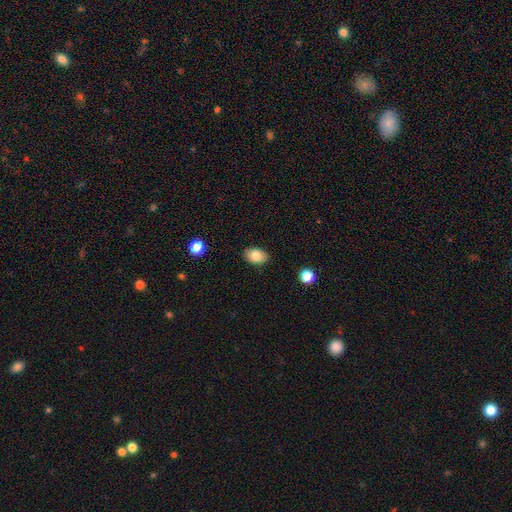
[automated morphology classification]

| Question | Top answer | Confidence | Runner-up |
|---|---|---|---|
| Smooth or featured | smooth | 83% | featured or disk (8%) |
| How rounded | in between | 82% | round (17%) |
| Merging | none | 87% | minor disturbance (10%) |